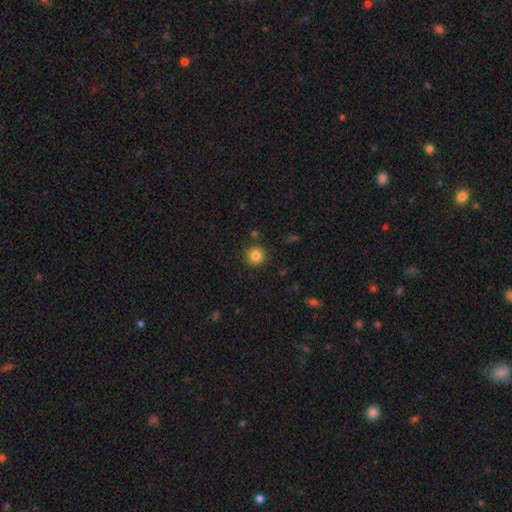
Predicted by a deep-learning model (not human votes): A smooth galaxy with no disk features (84%) that is round (94%). Merging: none (90%).